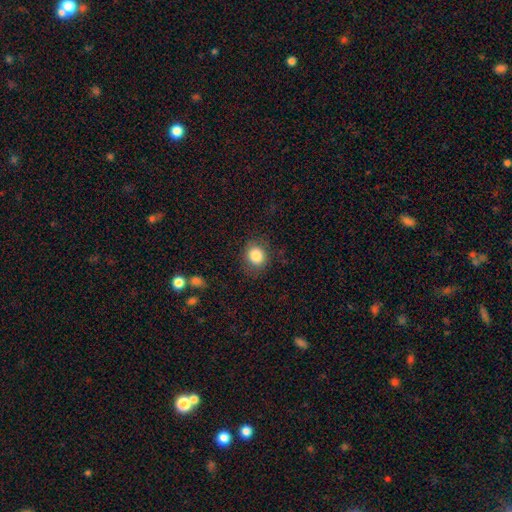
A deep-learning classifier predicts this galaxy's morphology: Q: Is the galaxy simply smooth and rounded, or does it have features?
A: smooth — 84%.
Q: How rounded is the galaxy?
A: round — 70%.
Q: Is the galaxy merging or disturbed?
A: none — 82%.